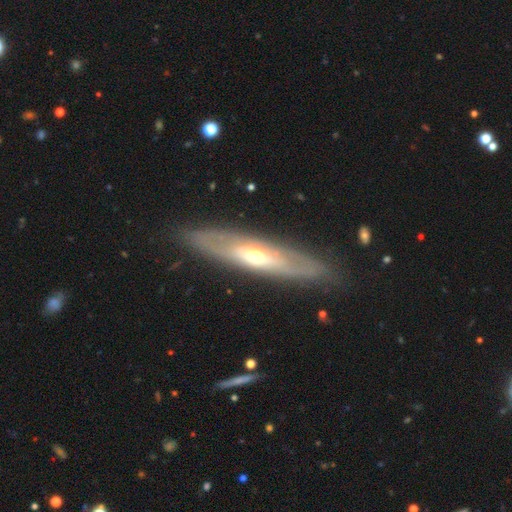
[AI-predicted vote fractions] smooth-or-featured: featured or disk: 70% | smooth: 24% | star or artifact: 6%
  disk-edge-on: yes: 50% (tied) | no: 50% (tied)
  merging: none: 85% | minor disturbance: 11% | major disturbance: 3% | merger: 1%